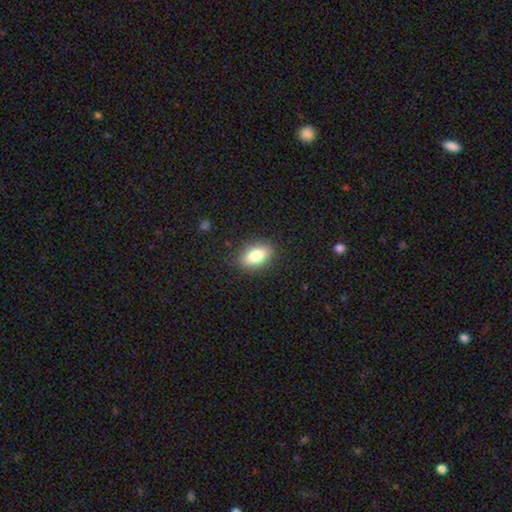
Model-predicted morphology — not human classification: smooth_or_featured: smooth (p=0.77) [alt: featured or disk p=0.15]
how_rounded: in between (p=0.85) [alt: round p=0.09]
merging: none (p=0.86) [alt: minor disturbance p=0.10]